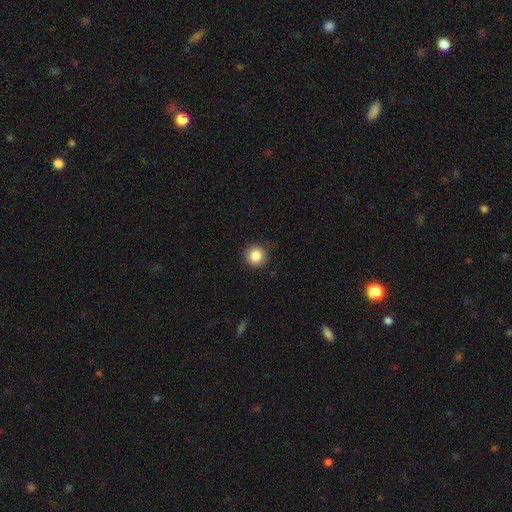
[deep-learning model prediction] This is clearly a smooth galaxy (86%). How rounded: clearly round (94%). Merging: clearly none (88%).